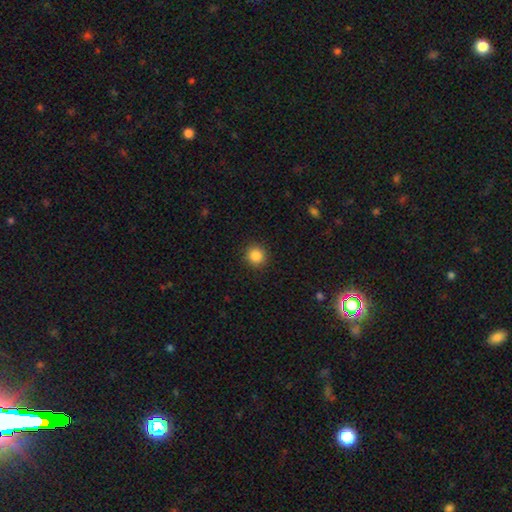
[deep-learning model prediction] This appears to be a smooth galaxy with no disk features (85%) that is round (92%). Merging: none (91%).